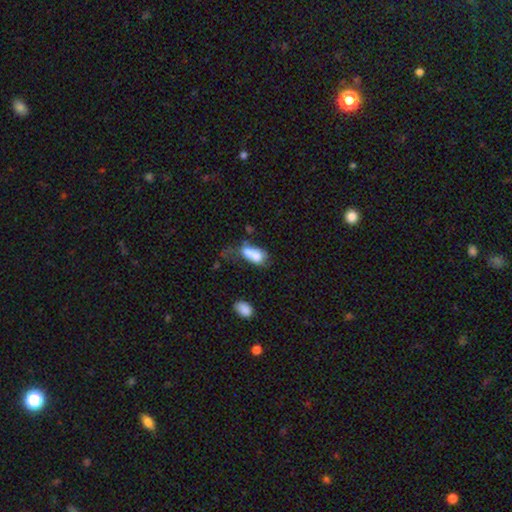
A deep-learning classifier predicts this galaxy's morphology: smooth_or_featured: smooth (p=0.64) [alt: featured or disk p=0.26]
how_rounded: in between (p=0.77) [alt: round p=0.18]
merging: merger (p=0.59) [alt: none p=0.16]